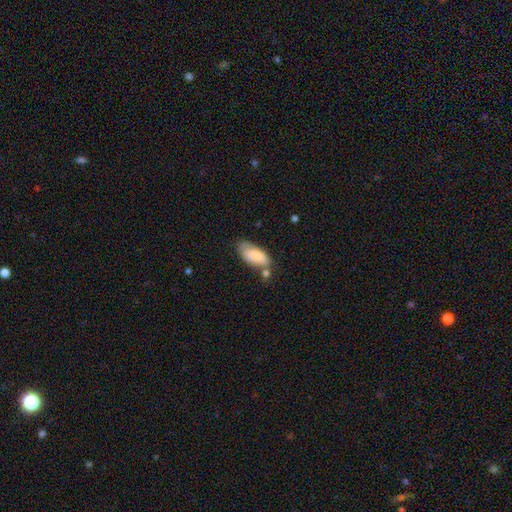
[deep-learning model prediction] Q: Smooth or featured?
A: smooth (77%); runner-up: featured or disk (16%)
Q: How rounded?
A: in between (90%); runner-up: cigar-shaped (7%)
Q: Merging?
A: none (53%); runner-up: minor disturbance (26%)